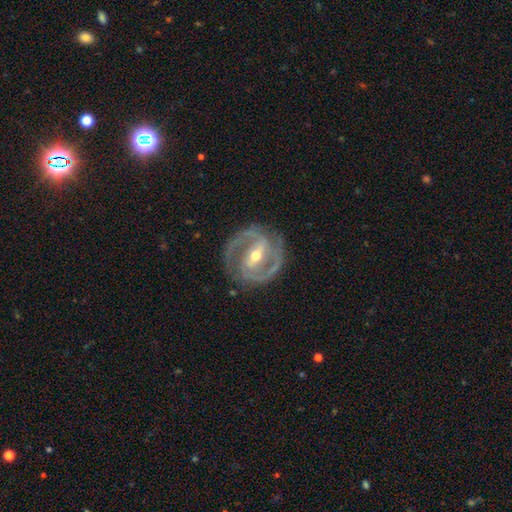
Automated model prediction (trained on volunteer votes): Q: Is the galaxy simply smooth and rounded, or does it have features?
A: featured or disk — 92%.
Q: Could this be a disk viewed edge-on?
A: no — 97%.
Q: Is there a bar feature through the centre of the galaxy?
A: strong — 59%.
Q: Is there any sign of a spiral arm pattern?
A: yes — 97%.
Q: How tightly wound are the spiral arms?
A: tight — 47%, tied with medium.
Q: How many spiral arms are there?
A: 2 — 89%.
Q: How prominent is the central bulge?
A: moderate — 59%.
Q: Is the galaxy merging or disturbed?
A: none — 83%.